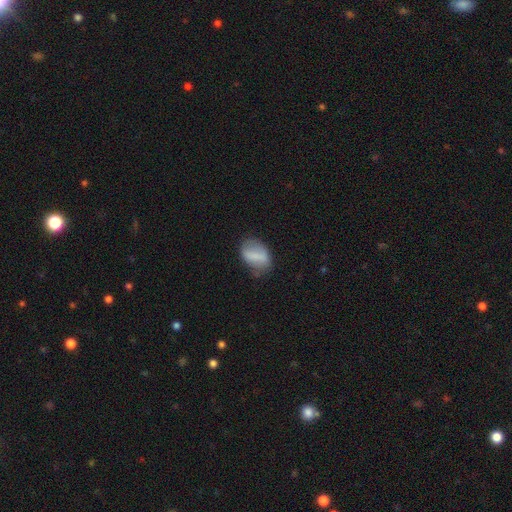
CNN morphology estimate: A smooth galaxy with no disk features (70%) that is in between round and cigar-shaped (81%).

Vote fractions:
- Smooth or featured? smooth: 70% / featured or disk: 22% / star or artifact: 8%
- How rounded? in between: 81% / round: 16% / cigar-shaped: 3%
- Merging? none: 59% / minor disturbance: 28% / major disturbance: 11% / merger: 2%